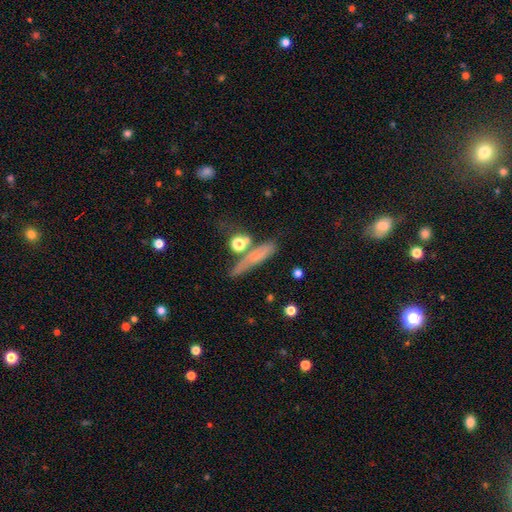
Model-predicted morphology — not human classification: A smooth galaxy with no disk features (60%) that is cigar-shaped (73%).

Vote fractions:
- Smooth or featured? smooth: 60% / featured or disk: 28% / star or artifact: 12%
- How rounded? cigar-shaped: 73% / in between: 15% / round: 11%
- Merging? none: 61% / minor disturbance: 18% / merger: 13% / major disturbance: 8%